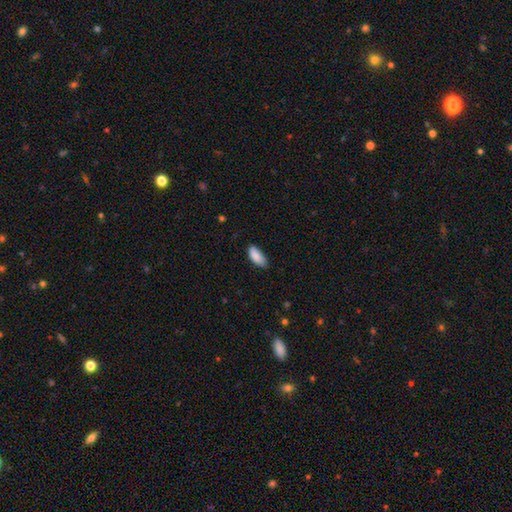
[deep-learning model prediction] Smooth or featured?
  - smooth: 89% *
  - star or artifact: 7%
  - featured or disk: 5%
How rounded?
  - in between: 85% *
  - cigar-shaped: 13%
  - round: 2%
Merging?
  - none: 70% *
  - minor disturbance: 25%
  - major disturbance: 4%
  - merger: 1%